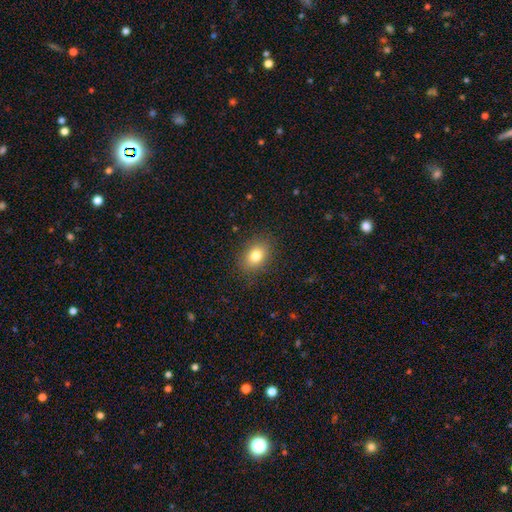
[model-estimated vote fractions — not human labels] smooth_or_featured: smooth (p=0.80) [alt: star or artifact p=0.11]
how_rounded: in between (p=0.68) [alt: round p=0.31]
merging: none (p=0.86) [alt: minor disturbance p=0.10]